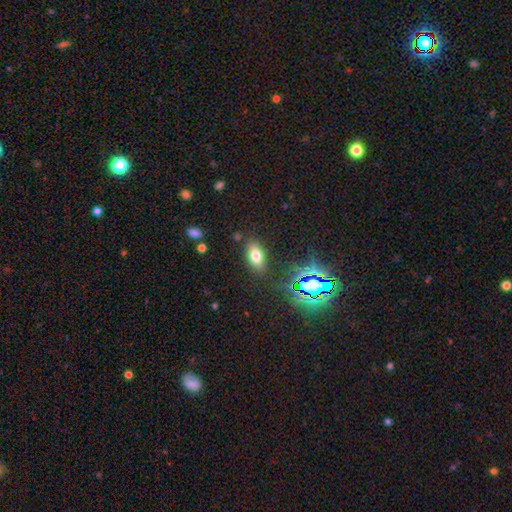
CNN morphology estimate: Smooth or featured?
  - smooth: 72% *
  - star or artifact: 16%
  - featured or disk: 12%
How rounded?
  - in between: 88% *
  - round: 7%
  - cigar-shaped: 5%
Merging?
  - none: 85% *
  - minor disturbance: 10%
  - major disturbance: 3%
  - merger: 2%